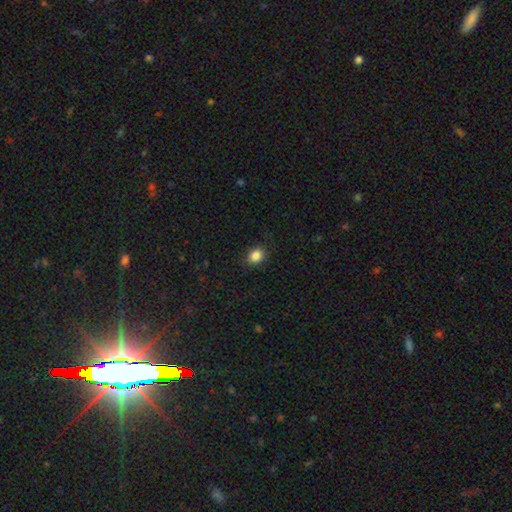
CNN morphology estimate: type=smooth (85%); roundness=round (57%); merging=none (87%).